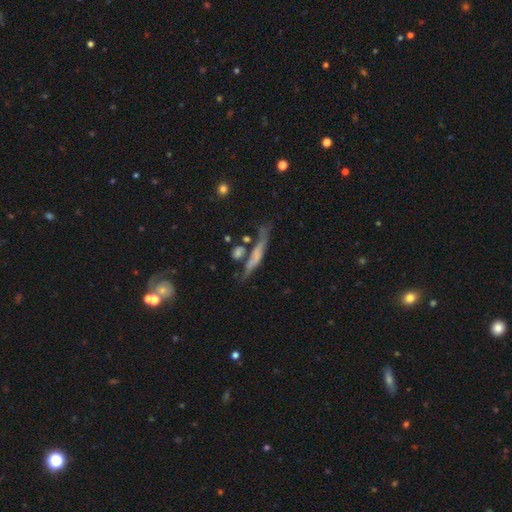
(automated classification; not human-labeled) A featured or disk galaxy (47%). Merging: none (56%).